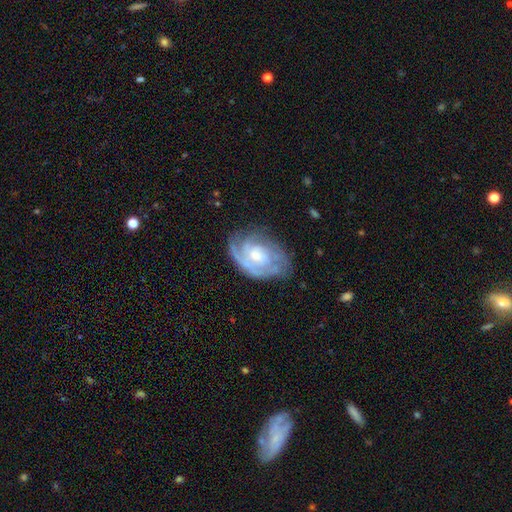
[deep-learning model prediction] Morphology: type=featured or disk (81%); edge-on=no (96%); bar=no (67%); spiral arms=yes (93%); winding=tight (64%); arm count=can't tell (30%, tied with 2); bulge=moderate (46%); merging=none (67%).